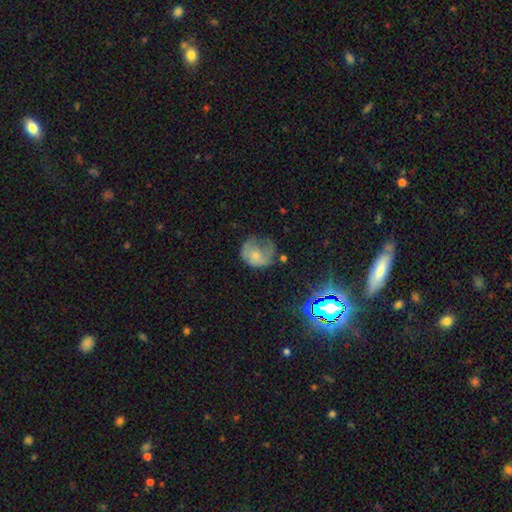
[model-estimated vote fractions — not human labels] smooth-or-featured: smooth: 55% | featured or disk: 33% | star or artifact: 12%
  how-rounded: round: 63% | in between: 36% | cigar-shaped: 1%
  merging: major disturbance: 38% | minor disturbance: 30% | none: 28% | merger: 4%